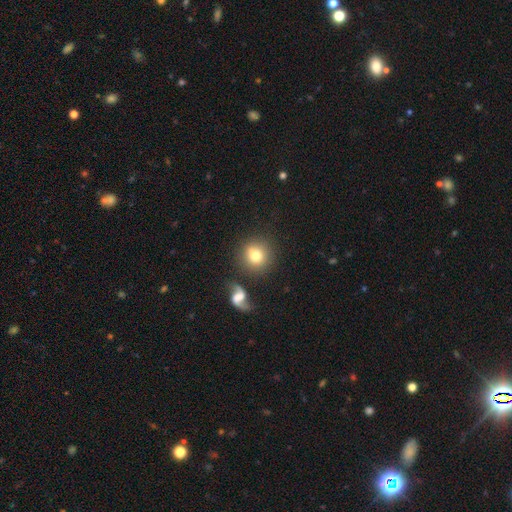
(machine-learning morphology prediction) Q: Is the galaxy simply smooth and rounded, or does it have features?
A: smooth — 71%.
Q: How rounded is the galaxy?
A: round — 91%.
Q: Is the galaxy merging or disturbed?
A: none — 77%.